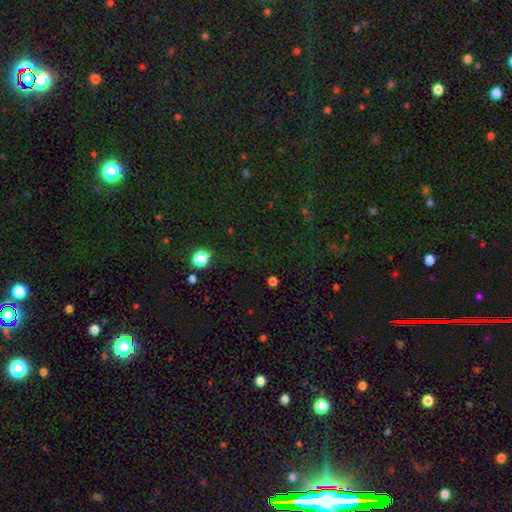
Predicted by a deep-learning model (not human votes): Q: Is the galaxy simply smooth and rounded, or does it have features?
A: star or artifact — 70%.